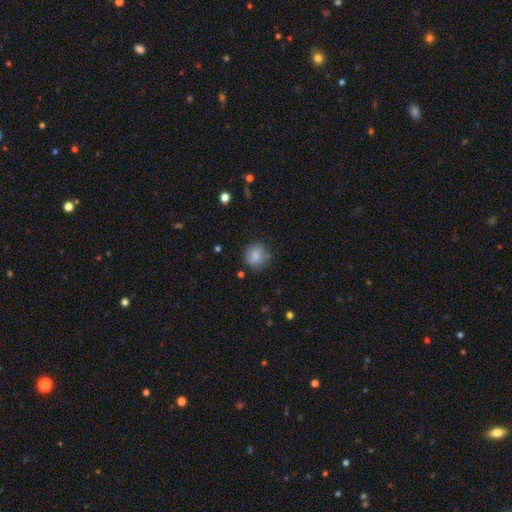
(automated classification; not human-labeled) Smooth or featured? Predicted: smooth (p=0.81). How rounded? Predicted: round (p=0.83). Merging? Predicted: none (p=0.75).